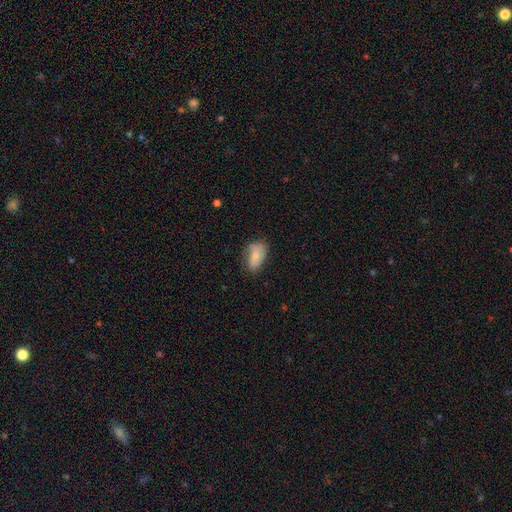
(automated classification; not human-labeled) A smooth galaxy with no disk features (66%) that is in between round and cigar-shaped (90%).

Vote fractions:
- Smooth or featured? smooth: 66% / featured or disk: 27% / star or artifact: 7%
- How rounded? in between: 90% / round: 7% / cigar-shaped: 3%
- Merging? none: 57% / minor disturbance: 31% / major disturbance: 10% / merger: 3%